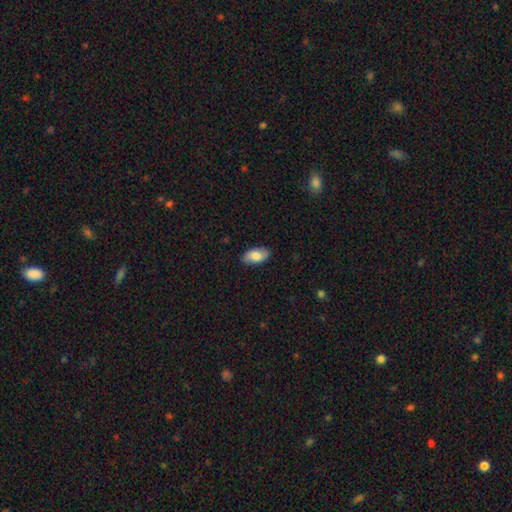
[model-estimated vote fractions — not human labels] The model was most divided on "smooth or featured": smooth: 77%, featured or disk: 16%, star or artifact: 6%. More confident: how rounded — in between (94%); merging — none (86%).